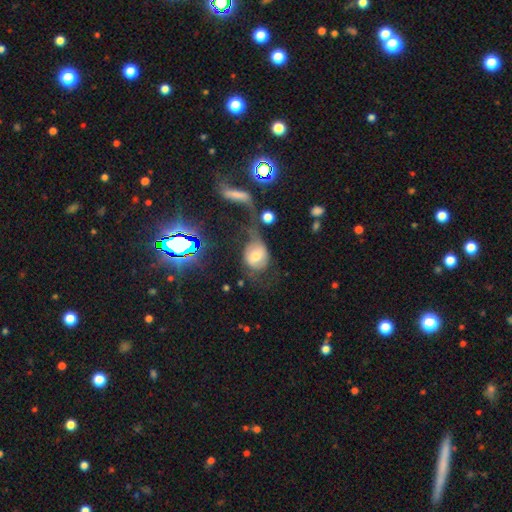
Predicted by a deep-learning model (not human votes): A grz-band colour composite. It shows a smooth galaxy with no disk features (52%) that is round (59%). Merging: major disturbance (35%).